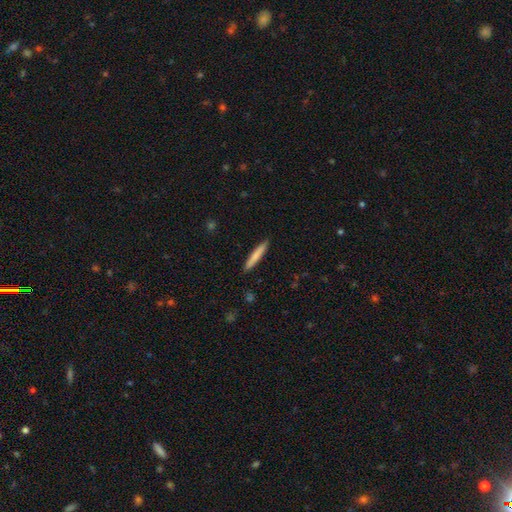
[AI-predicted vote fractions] Q: Smooth or featured?
A: smooth (77%); runner-up: featured or disk (17%)
Q: How rounded?
A: cigar-shaped (94%); runner-up: in between (5%)
Q: Merging?
A: none (90%); runner-up: minor disturbance (8%)